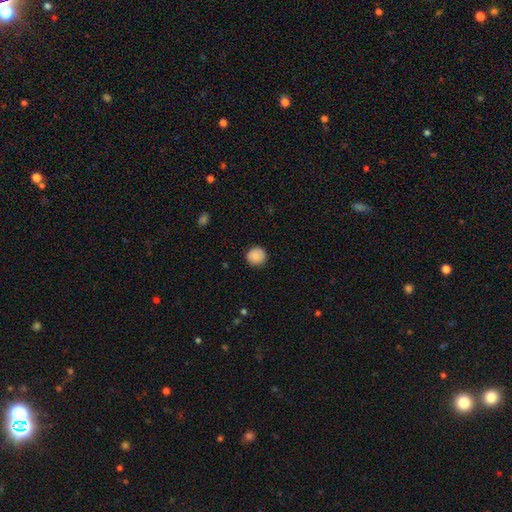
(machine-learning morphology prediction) smooth 84%, featured or disk 9%, star or artifact 7%. Down the decision tree: how rounded — round (93%); merging — none (87%).